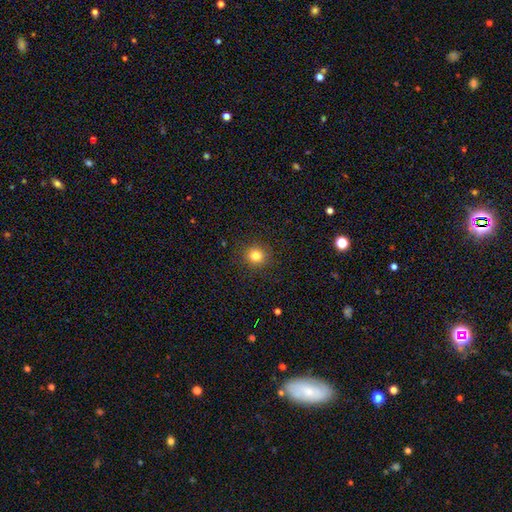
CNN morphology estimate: This is clearly a smooth galaxy (82%). How rounded: clearly round (91%). Merging: clearly none (90%).